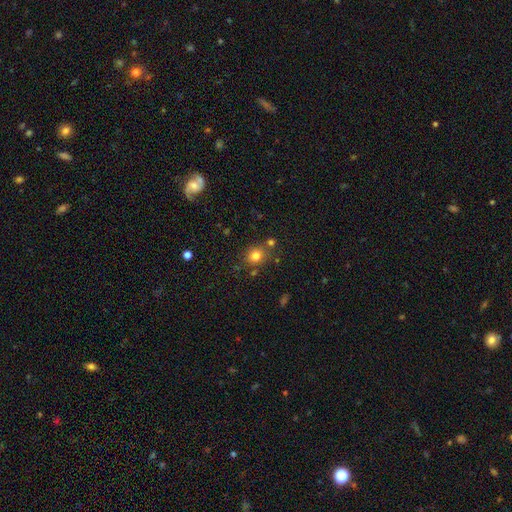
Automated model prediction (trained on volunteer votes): Smooth or featured? smooth (79%)
How rounded? round (75%)
Merging? none (75%)